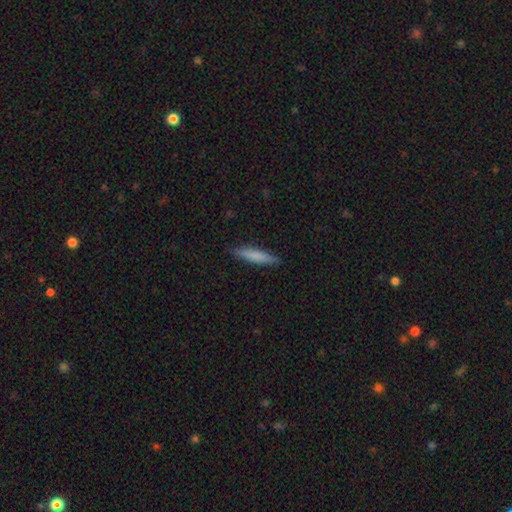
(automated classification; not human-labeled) Smooth or featured? Predicted: smooth (p=0.70). How rounded? Predicted: cigar-shaped (p=0.90). Merging? Predicted: none (p=0.89).